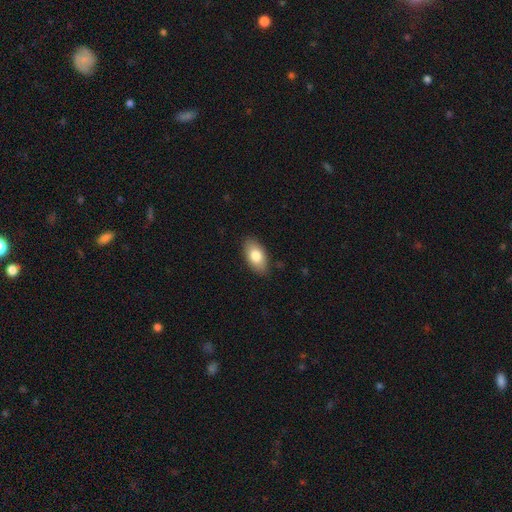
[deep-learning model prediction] smooth 80%, featured or disk 14%, star or artifact 6%. Down the decision tree: how rounded — in between (94%); merging — none (87%).